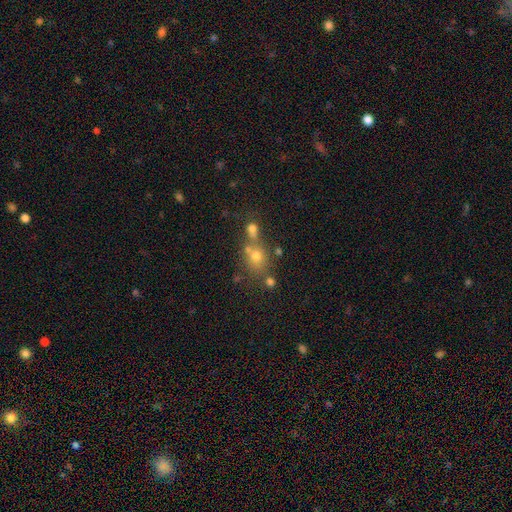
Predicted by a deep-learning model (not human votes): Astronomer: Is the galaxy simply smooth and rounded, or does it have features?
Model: smooth — 56%.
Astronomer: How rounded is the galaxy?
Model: round — 77%.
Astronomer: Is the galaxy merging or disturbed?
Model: none — 47% (runner-up: merger, 41%).